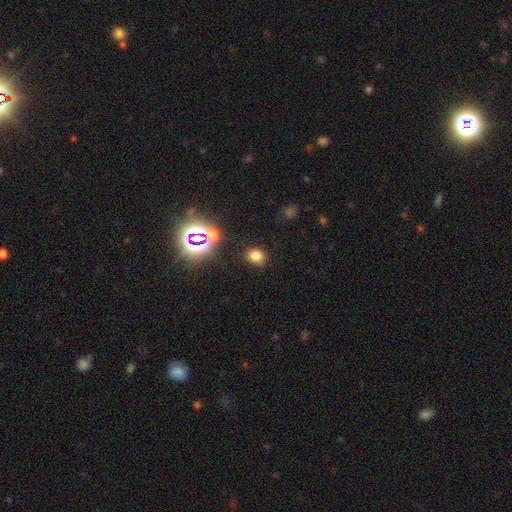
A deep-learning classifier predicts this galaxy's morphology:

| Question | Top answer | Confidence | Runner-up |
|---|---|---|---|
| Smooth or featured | smooth | 73% | star or artifact (20%) |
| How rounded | round | 57% | in between (42%) |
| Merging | none | 80% | minor disturbance (13%) |